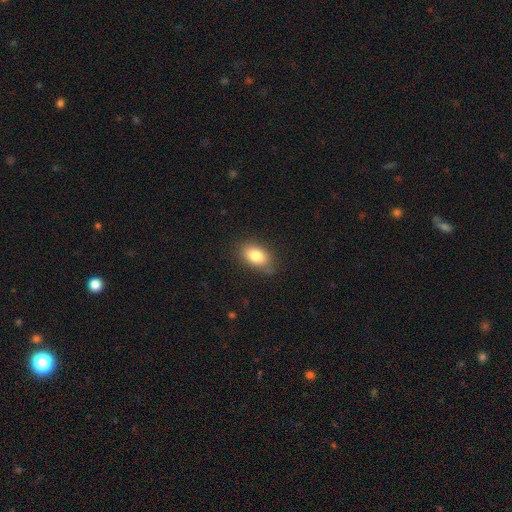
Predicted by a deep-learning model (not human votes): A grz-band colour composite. It shows a smooth galaxy with no disk features (82%) that is in between round and cigar-shaped (89%). Merging: none (79%).